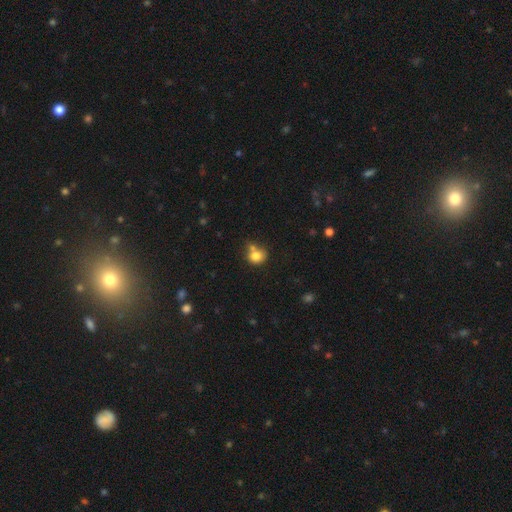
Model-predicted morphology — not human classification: This is likely a smooth galaxy (79%). How rounded: likely round (73%). Merging: possibly none (49%).